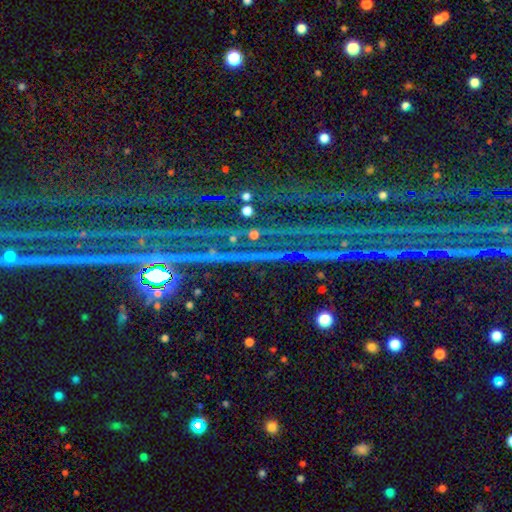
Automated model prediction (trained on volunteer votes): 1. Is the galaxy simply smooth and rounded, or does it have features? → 85% star or artifact, 9% featured or disk, 6% smooth.